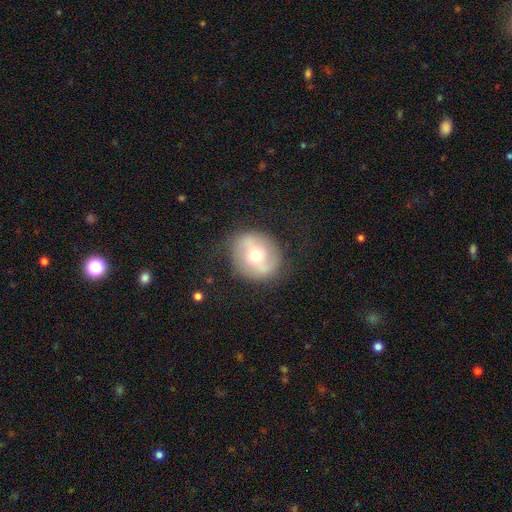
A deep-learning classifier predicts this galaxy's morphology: type=smooth (49%); merging=none (81%).